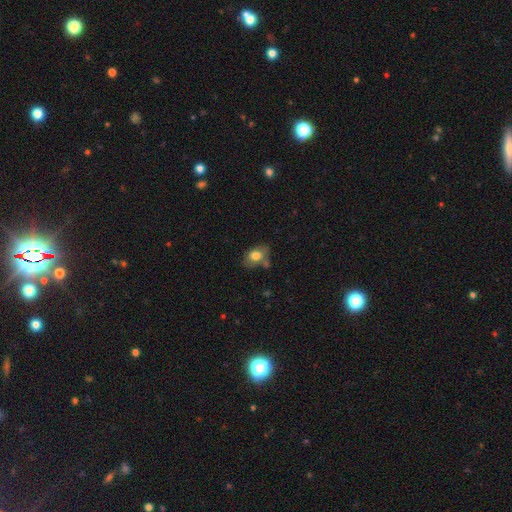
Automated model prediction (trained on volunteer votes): Morphology: type=smooth (73%); roundness=in between (78%); merging=none (54%).